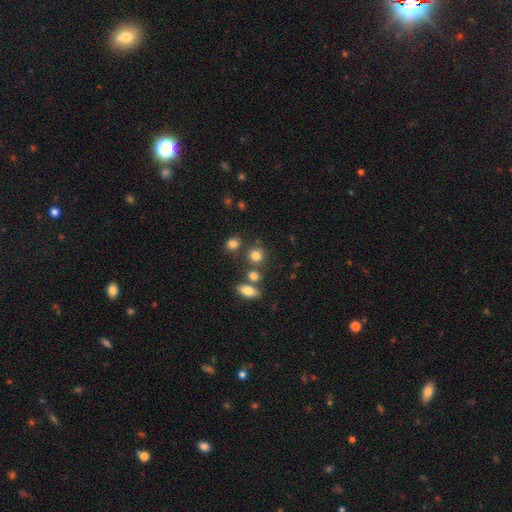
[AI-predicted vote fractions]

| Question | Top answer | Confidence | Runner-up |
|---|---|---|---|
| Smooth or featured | smooth | 80% | star or artifact (13%) |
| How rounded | round | 82% | in between (17%) |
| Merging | none | 70% | merger (16%) |